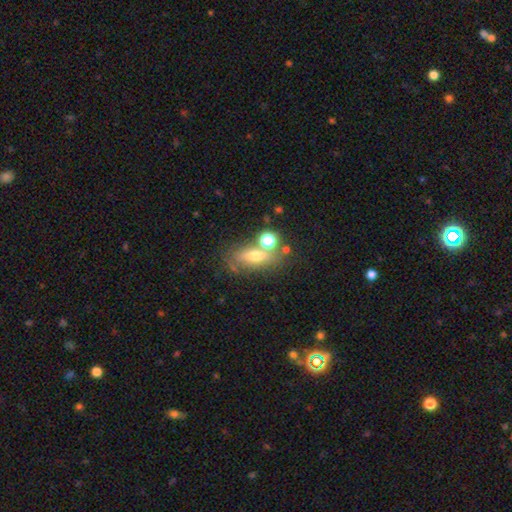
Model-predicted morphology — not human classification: Smooth or featured?
  - smooth: 57% *
  - featured or disk: 29%
  - star or artifact: 14%
How rounded?
  - in between: 62% *
  - cigar-shaped: 20%
  - round: 18%
Merging?
  - none: 56% *
  - merger: 21%
  - minor disturbance: 14%
  - major disturbance: 8%